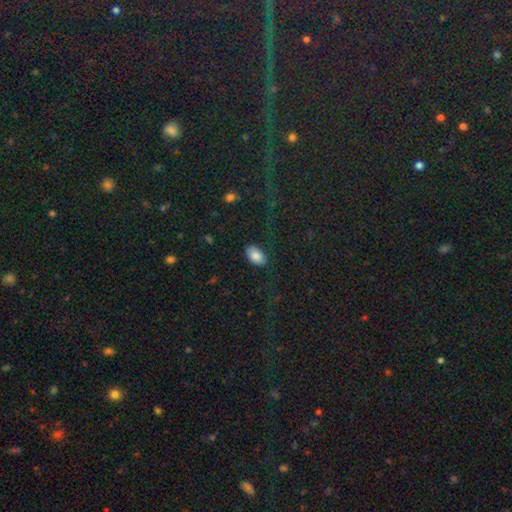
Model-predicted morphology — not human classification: This appears to be a smooth galaxy with no disk features (83%) that is in between round and cigar-shaped (92%). Merging: none (81%).